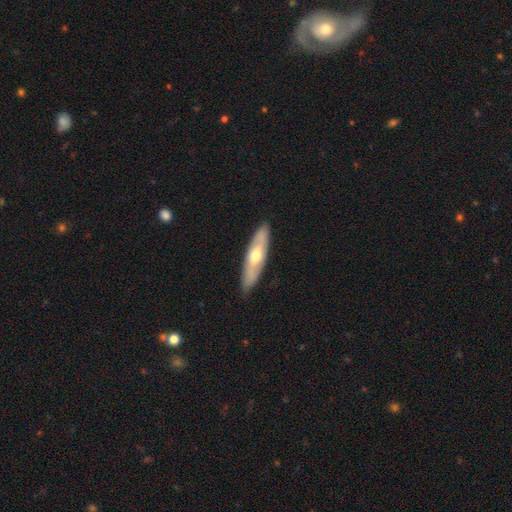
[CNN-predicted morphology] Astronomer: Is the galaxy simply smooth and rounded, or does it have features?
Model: featured or disk — 48% (runner-up: smooth, 47%).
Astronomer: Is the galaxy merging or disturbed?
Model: none — 87%.